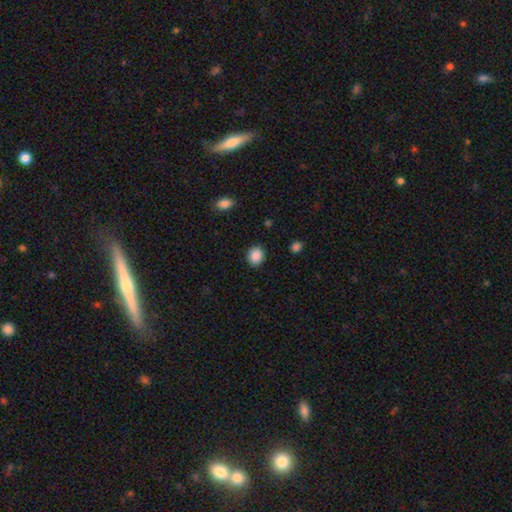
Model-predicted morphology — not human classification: A smooth galaxy with no disk features (89%) that is round (67%). Merging: none (88%).